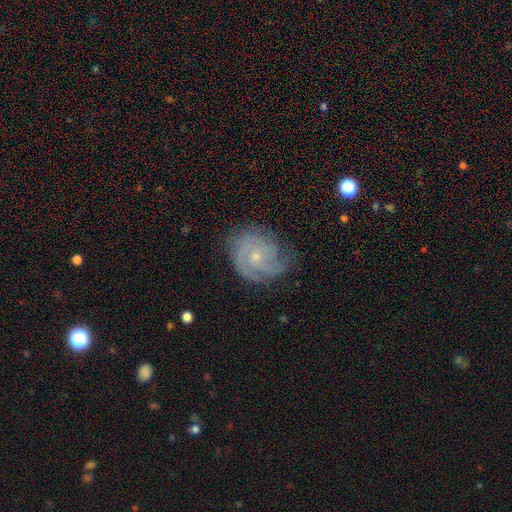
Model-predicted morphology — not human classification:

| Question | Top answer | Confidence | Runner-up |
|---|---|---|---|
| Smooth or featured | featured or disk | 87% | smooth (8%) |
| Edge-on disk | no | 98% | yes (2%) |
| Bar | no | 73% | weak (23%) |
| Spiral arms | yes | 98% | no (2%) |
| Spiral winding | tight | 65% | medium (30%) |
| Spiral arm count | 3 | 43% | 2 (19%) |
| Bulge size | small | 72% | moderate (24%) |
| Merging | none | 73% | minor disturbance (19%) |